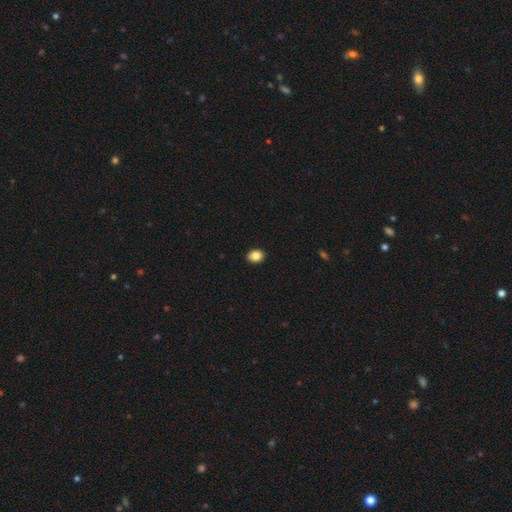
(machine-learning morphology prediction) smooth-or-featured: smooth: 85% | star or artifact: 9% | featured or disk: 6%
  how-rounded: in between: 51% | round: 48% | cigar-shaped: 1%
  merging: none: 92% | minor disturbance: 6% | major disturbance: 2% | merger: 1%